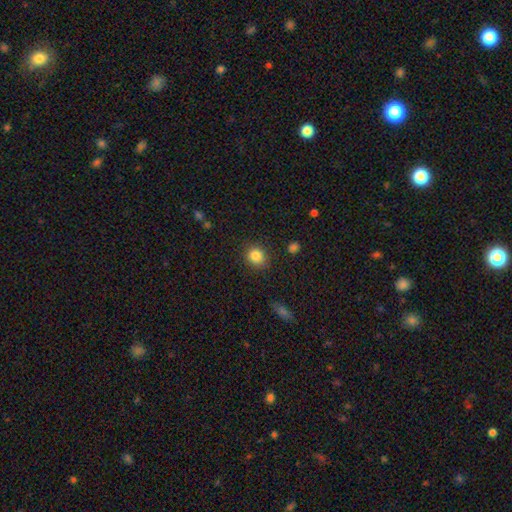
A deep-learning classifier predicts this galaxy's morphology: Smooth or featured? Predicted: smooth (p=0.85). How rounded? Predicted: round (p=0.80). Merging? Predicted: none (p=0.85).